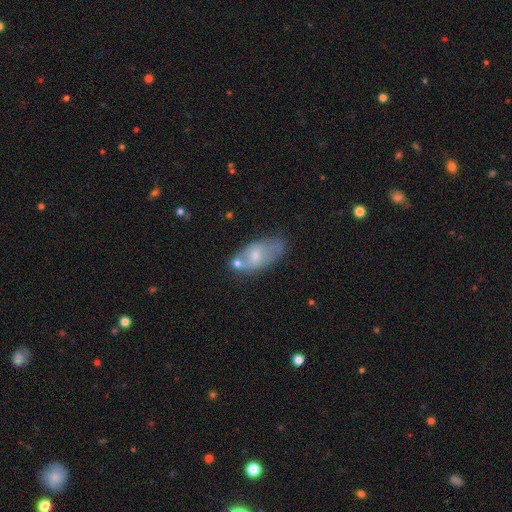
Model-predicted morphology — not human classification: Overall: smooth (51%; featured or disk 42%). How rounded: in between (87%). Merging: none (53%; minor disturbance 23%).